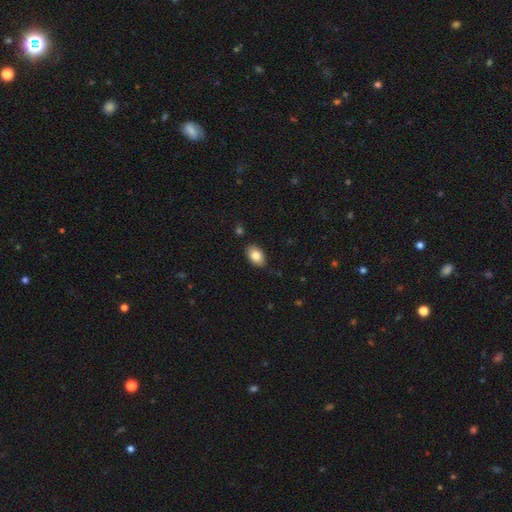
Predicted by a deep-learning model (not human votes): smooth-or-featured: smooth: 83% | featured or disk: 9% | star or artifact: 7%
  how-rounded: in between: 90% | round: 9% | cigar-shaped: 1%
  merging: none: 85% | minor disturbance: 11% | major disturbance: 2% | merger: 2%